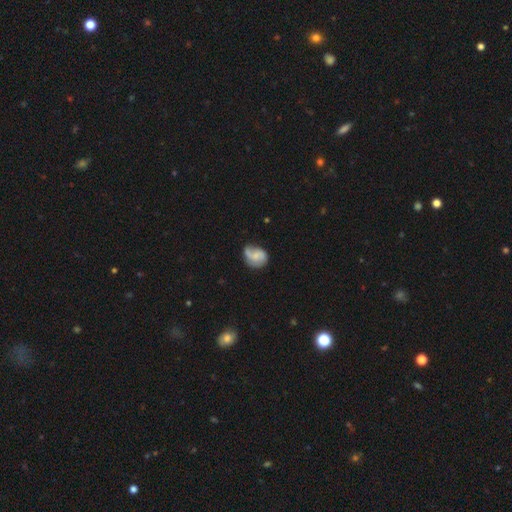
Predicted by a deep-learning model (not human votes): Overall: featured or disk (54%; smooth 39%). Edge-on disk: no (98%). Bar: no (63%; weak 31%). Spiral arms: yes (83%). Bulge size: small (51%; moderate 25%). Merging: none (48%; minor disturbance 31%).